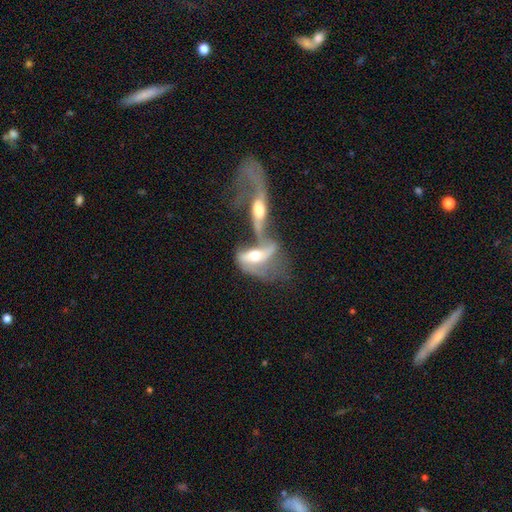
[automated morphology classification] type=featured or disk (63%); edge-on=no (72%); merging=merger (73%).